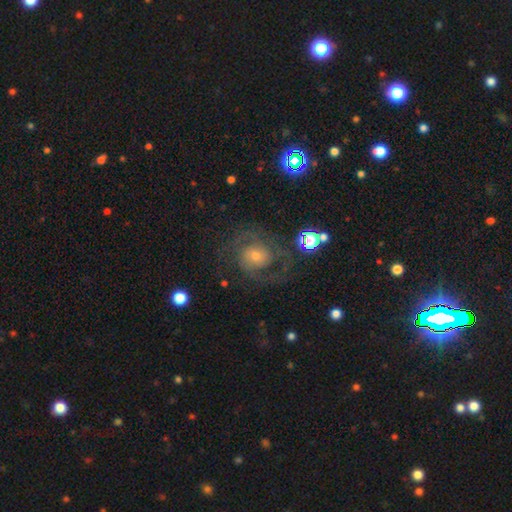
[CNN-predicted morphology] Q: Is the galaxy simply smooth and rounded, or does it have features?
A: featured or disk — 76%.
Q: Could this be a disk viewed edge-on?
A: no — 98%.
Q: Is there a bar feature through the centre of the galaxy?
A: no — 69%.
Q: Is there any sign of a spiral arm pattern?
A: yes — 91%.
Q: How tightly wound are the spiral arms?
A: medium — 47%.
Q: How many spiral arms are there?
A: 2 — 66%.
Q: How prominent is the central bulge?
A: small — 55%.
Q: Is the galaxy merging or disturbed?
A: none — 69%.